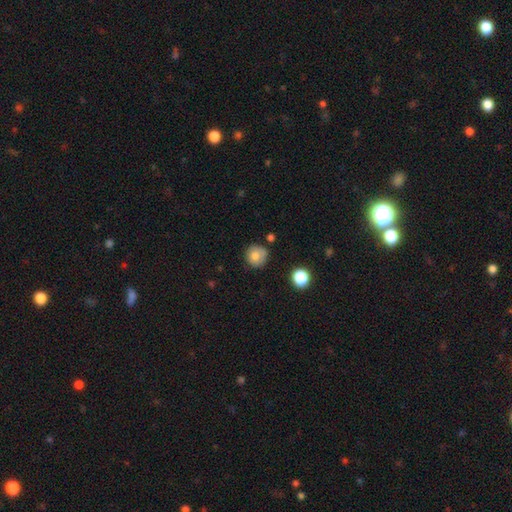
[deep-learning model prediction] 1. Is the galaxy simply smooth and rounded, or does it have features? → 76% smooth, 13% featured or disk, 10% star or artifact.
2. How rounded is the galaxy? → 91% round, 8% in between, 1% cigar-shaped.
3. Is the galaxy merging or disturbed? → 76% none, 16% minor disturbance, 4% major disturbance, 4% merger.